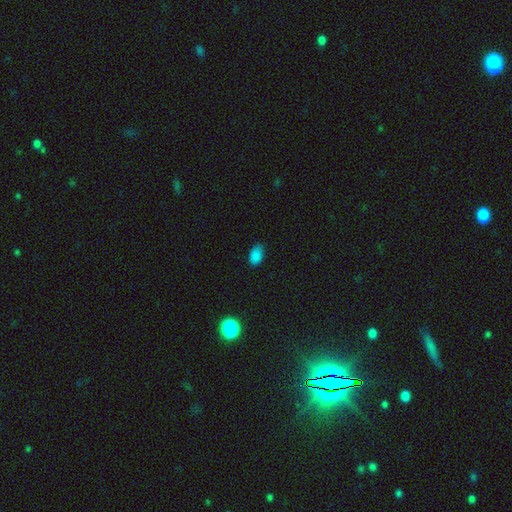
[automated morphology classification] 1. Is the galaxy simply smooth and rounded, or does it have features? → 84% smooth, 12% star or artifact, 3% featured or disk.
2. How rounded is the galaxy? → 91% in between, 8% round, 2% cigar-shaped.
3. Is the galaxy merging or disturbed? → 76% none, 20% minor disturbance, 3% major disturbance, 1% merger.